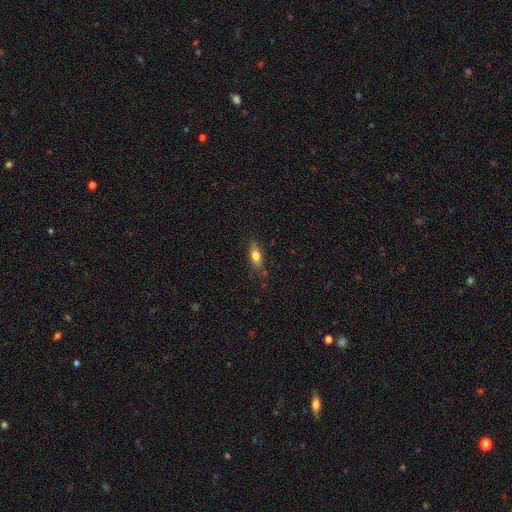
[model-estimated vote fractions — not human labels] Smooth or featured? Predicted: smooth (p=0.75). How rounded? Predicted: in between (p=0.72). Merging? Predicted: none (p=0.76).